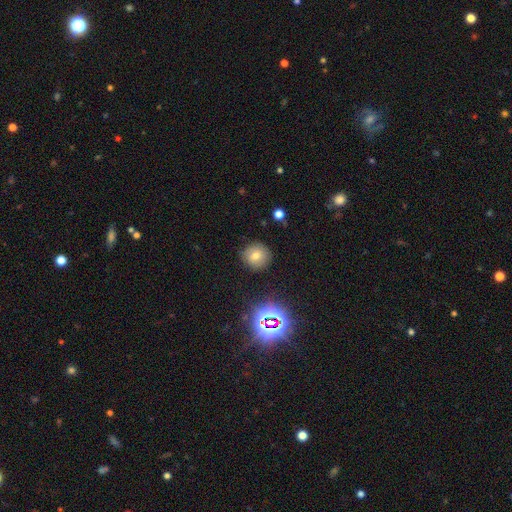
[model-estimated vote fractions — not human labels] This is likely a smooth galaxy (64%). How rounded: clearly round (92%). Merging: clearly none (87%).